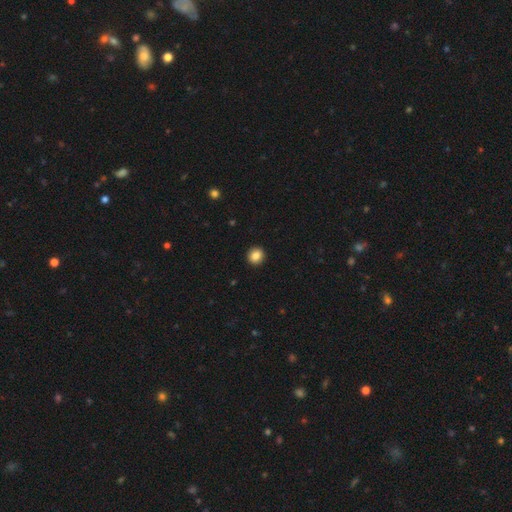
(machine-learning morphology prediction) type=smooth (86%); roundness=round (86%); merging=none (93%).